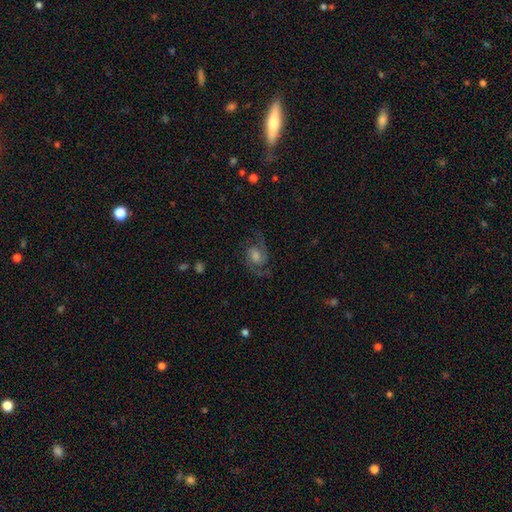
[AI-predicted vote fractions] smooth-or-featured: featured or disk: 81% | smooth: 10% | star or artifact: 9%
  disk-edge-on: no: 97% | yes: 3%
    bar: no: 56% | weak: 37% | strong: 7%
    has-spiral-arms: yes: 96% | no: 4%
      spiral-winding: medium: 56% | tight: 24% | loose: 20%
      spiral-arm-count: 2: 86% | can't tell: 5% | 3: 4% | 1: 2% | 4: 2% | more than 4: 2%
    bulge-size: moderate: 47% | small: 21% | large: 21% | none: 8% | dominant: 3%
  merging: none: 75% | minor disturbance: 14% | major disturbance: 9% | merger: 1%